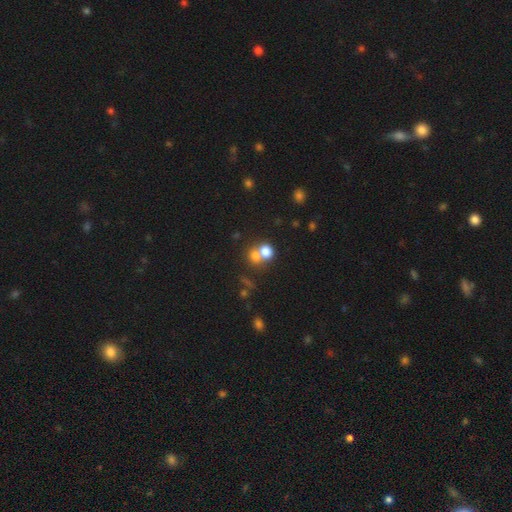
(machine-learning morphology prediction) The model was most divided on "merging": merger: 54%, none: 36%, minor disturbance: 6%, major disturbance: 4%. More confident: how rounded — round (76%); smooth or featured — smooth (72%).